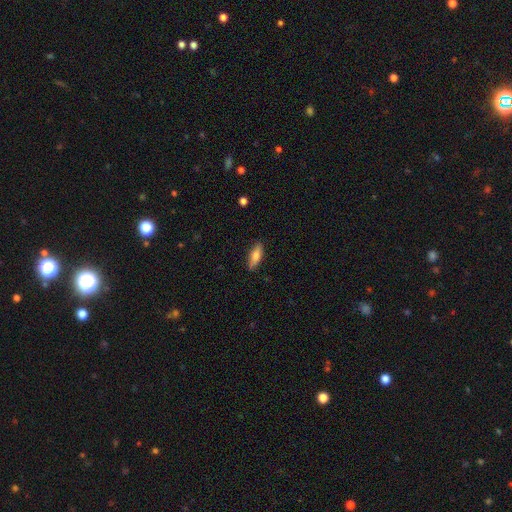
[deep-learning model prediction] Smooth or featured?
  - smooth: 72% *
  - featured or disk: 22%
  - star or artifact: 6%
How rounded?
  - in between: 55% *
  - cigar-shaped: 42%
  - round: 2%
Merging?
  - none: 86% *
  - minor disturbance: 11%
  - major disturbance: 2%
  - merger: 1%